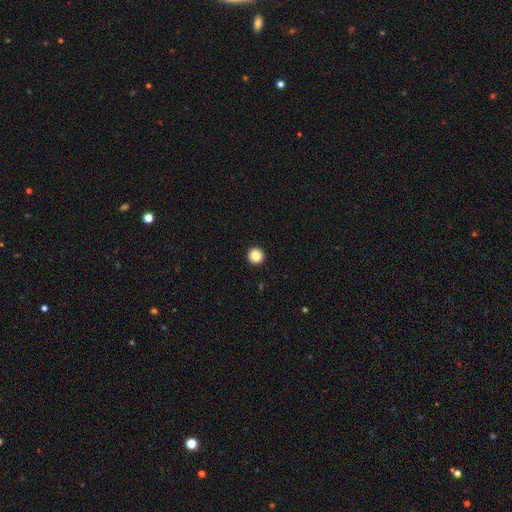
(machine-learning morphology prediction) A smooth galaxy with no disk features (87%) that is round (96%).

Vote fractions:
- Smooth or featured? smooth: 87% / star or artifact: 9% / featured or disk: 4%
- How rounded? round: 96% / in between: 3% / cigar-shaped: 1%
- Merging? none: 94% / minor disturbance: 4% / major disturbance: 1% / merger: 1%